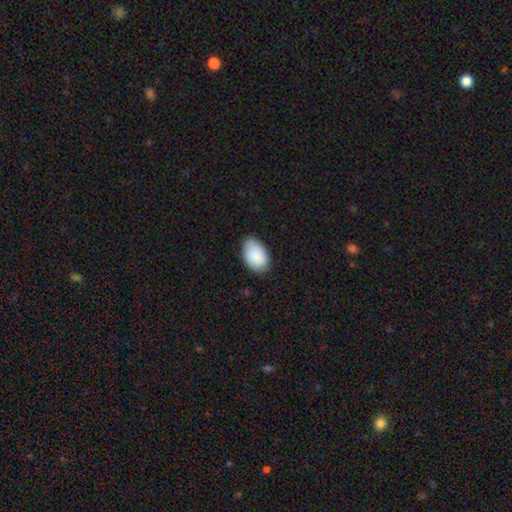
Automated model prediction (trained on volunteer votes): smooth 88%, star or artifact 6%, featured or disk 6%. Down the decision tree: how rounded — in between (91%); merging — none (74%).